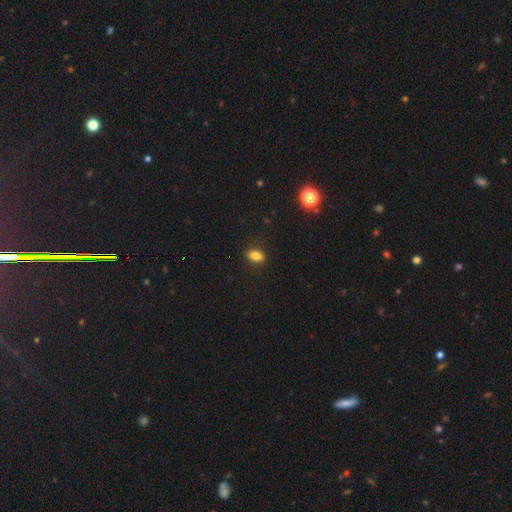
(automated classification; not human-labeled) The model was most divided on "how rounded": in between: 82%, round: 12%, cigar-shaped: 7%. More confident: merging — none (87%); smooth or featured — smooth (82%).